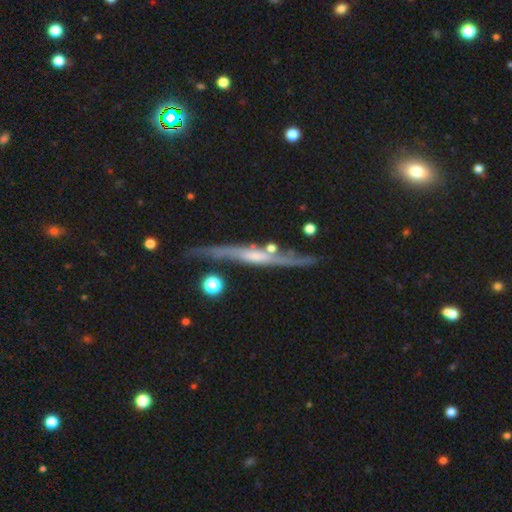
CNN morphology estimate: Smooth or featured? Predicted: featured or disk (p=0.75). Edge-on disk? Predicted: yes (p=0.87). Edge-on bulge? Predicted: none (p=0.46). Merging? Predicted: none (p=0.70).